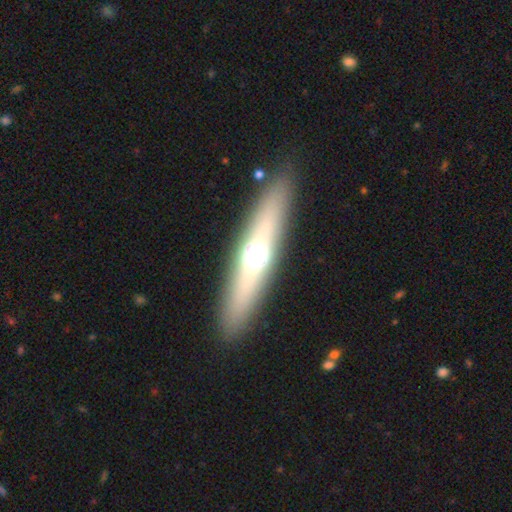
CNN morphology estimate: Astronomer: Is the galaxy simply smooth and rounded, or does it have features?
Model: featured or disk — 50% (runner-up: smooth, 42%).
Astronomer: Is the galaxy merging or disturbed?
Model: none — 89%.